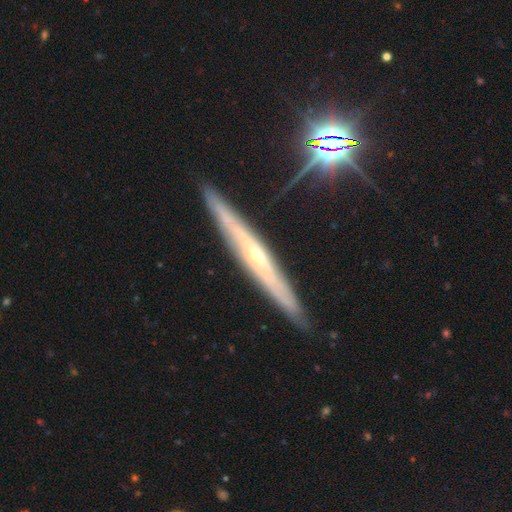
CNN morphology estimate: Smooth or featured? featured or disk (74%)
Edge-on disk? yes (91%)
Edge-on bulge? rounded (61%)
Merging? none (88%)